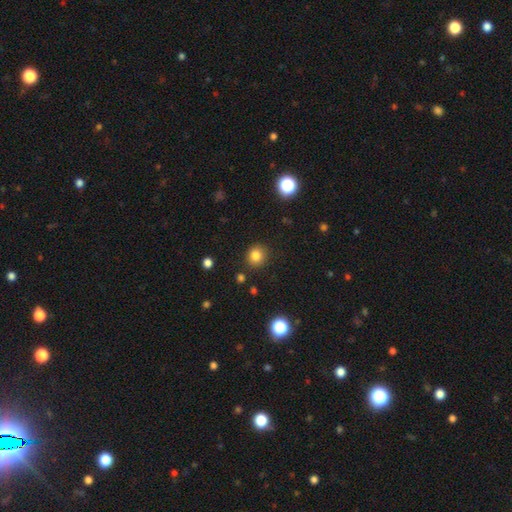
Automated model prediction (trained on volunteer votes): smooth 83%, star or artifact 12%, featured or disk 5%. Down the decision tree: how rounded — round (88%); merging — none (88%).